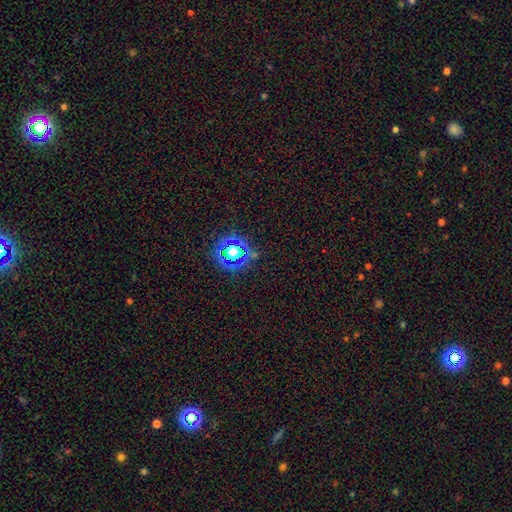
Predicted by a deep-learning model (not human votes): This appears to be a star or artifact, not a galaxy (69%).